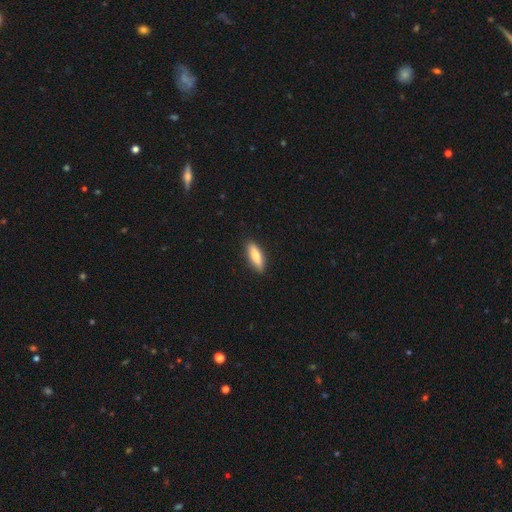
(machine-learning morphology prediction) Smooth or featured? Predicted: smooth (p=0.79). How rounded? Predicted: in between (p=0.50). Merging? Predicted: none (p=0.88).